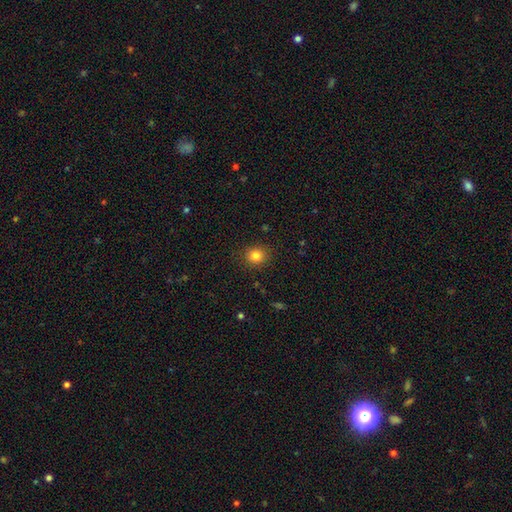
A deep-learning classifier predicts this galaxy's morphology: The model was most divided on "how rounded": round: 80%, in between: 19%, cigar-shaped: 1%. More confident: merging — none (89%); smooth or featured — smooth (83%).